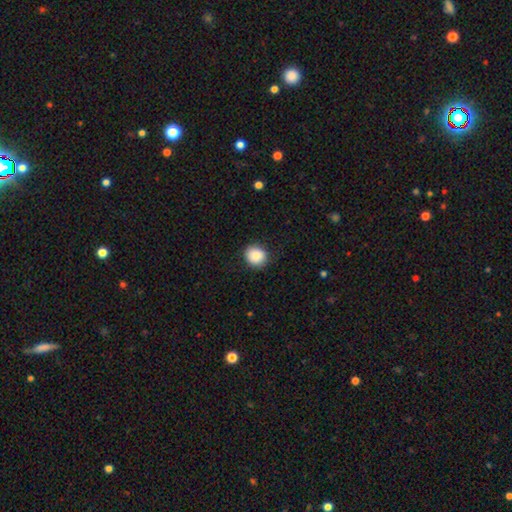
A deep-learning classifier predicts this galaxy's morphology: Overall: smooth (87%). How rounded: round (83%). Merging: none (87%).